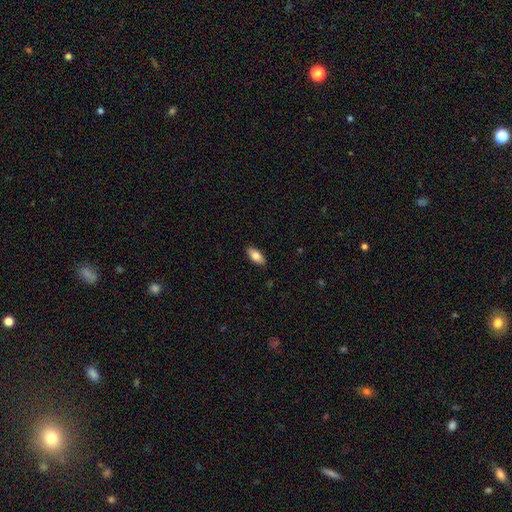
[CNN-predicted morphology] type=smooth (82%); roundness=in between (89%); merging=none (89%).